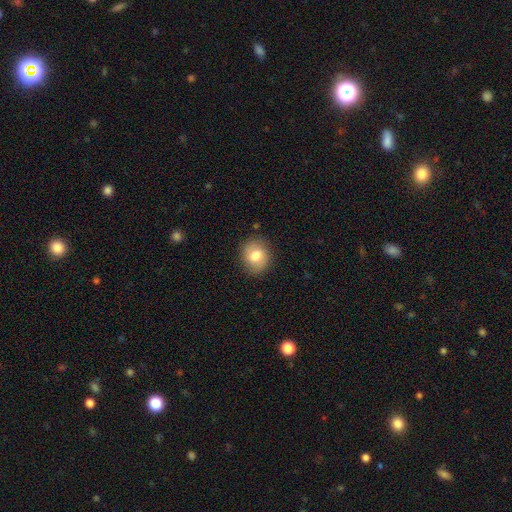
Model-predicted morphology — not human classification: Smooth or featured? Predicted: smooth (p=0.76). How rounded? Predicted: round (p=0.72). Merging? Predicted: none (p=0.85).